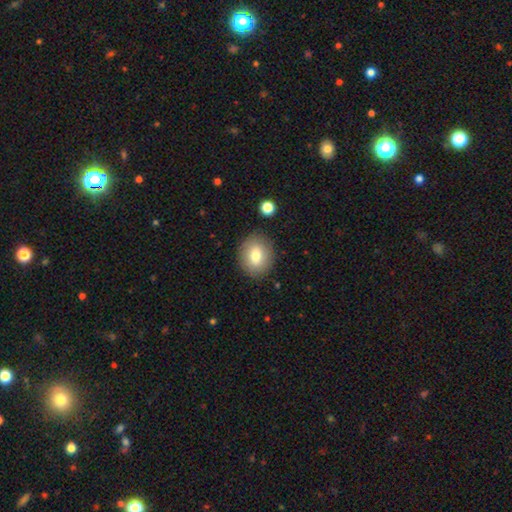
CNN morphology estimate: Smooth or featured? Predicted: smooth (p=0.76). How rounded? Predicted: round (p=0.60). Merging? Predicted: none (p=0.86).